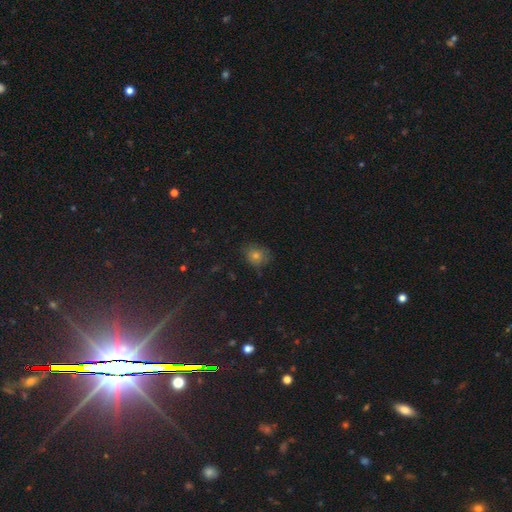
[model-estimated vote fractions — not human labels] smooth_or_featured: smooth (p=0.59) [alt: star or artifact p=0.28]
how_rounded: round (p=0.69) [alt: in between p=0.30]
merging: none (p=0.75) [alt: minor disturbance p=0.18]